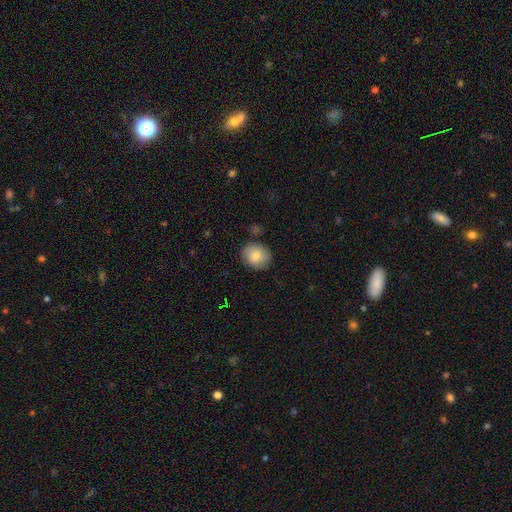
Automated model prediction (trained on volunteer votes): smooth-or-featured: smooth: 81% | featured or disk: 12% | star or artifact: 8%
  how-rounded: round: 72% | in between: 27% | cigar-shaped: 1%
  merging: none: 79% | minor disturbance: 15% | major disturbance: 3% | merger: 3%